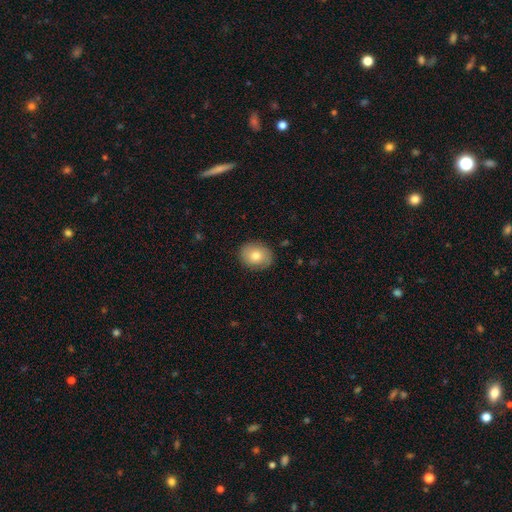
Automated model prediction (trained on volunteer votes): Smooth or featured?
  - smooth: 76% *
  - featured or disk: 16%
  - star or artifact: 8%
How rounded?
  - round: 52% *
  - in between: 47%
  - cigar-shaped: 1%
Merging?
  - none: 85% *
  - minor disturbance: 12%
  - major disturbance: 3%
  - merger: 1%